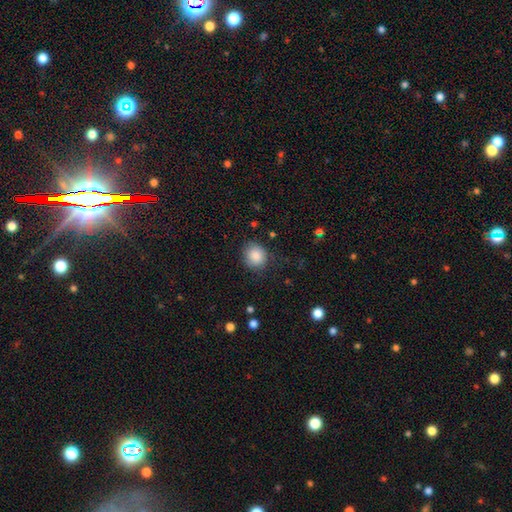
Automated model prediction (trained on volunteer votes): Q: Smooth or featured?
A: smooth (86%); runner-up: star or artifact (8%)
Q: How rounded?
A: round (72%); runner-up: in between (27%)
Q: Merging?
A: none (77%); runner-up: minor disturbance (17%)